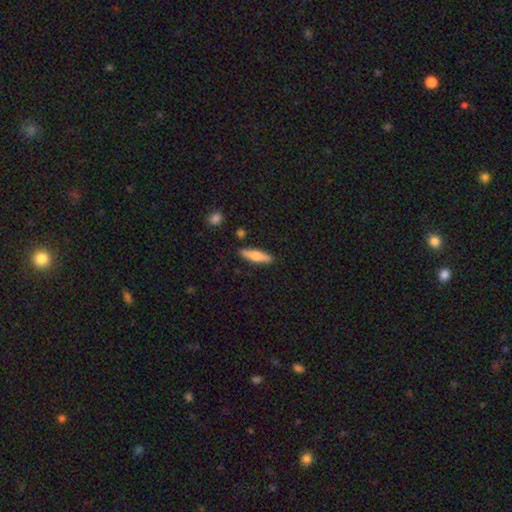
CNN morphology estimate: Smooth or featured: smooth — 65% (featured or disk — 29%)
How rounded: cigar-shaped — 68% (in between — 30%)
Merging: none — 86% (minor disturbance — 10%)